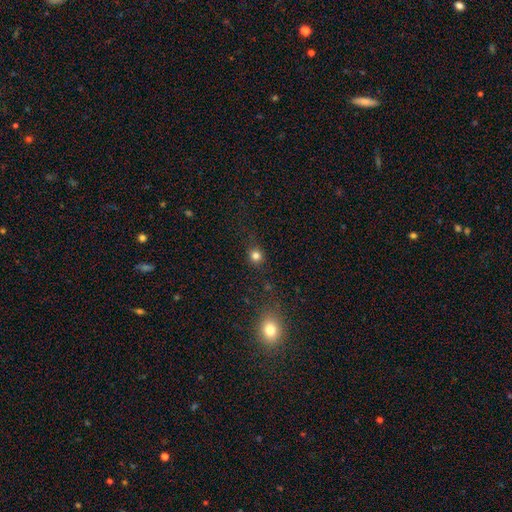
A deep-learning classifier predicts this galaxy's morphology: Overall: smooth (80%). How rounded: round (85%). Merging: none (84%).